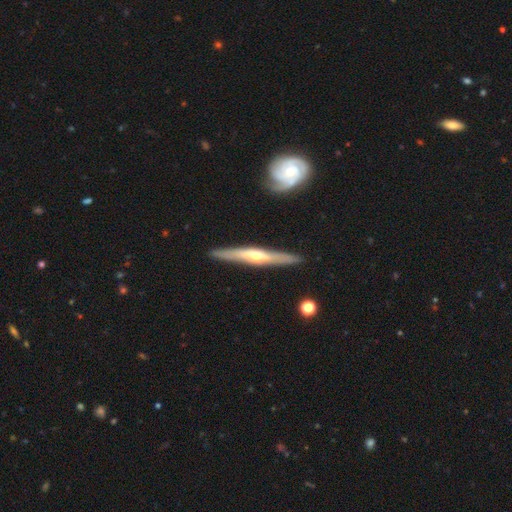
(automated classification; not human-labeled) Smooth or featured? featured or disk (72%)
Edge-on disk? yes (94%)
Edge-on bulge? rounded (84%)
Merging? none (89%)